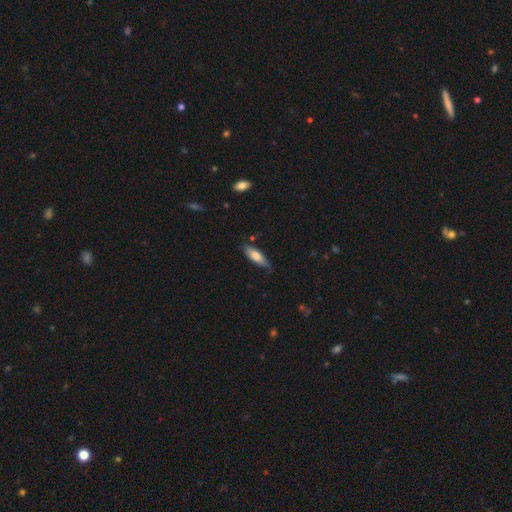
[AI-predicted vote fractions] smooth 70%, featured or disk 24%, star or artifact 6%. Down the decision tree: how rounded — in between (55%); merging — none (62%).